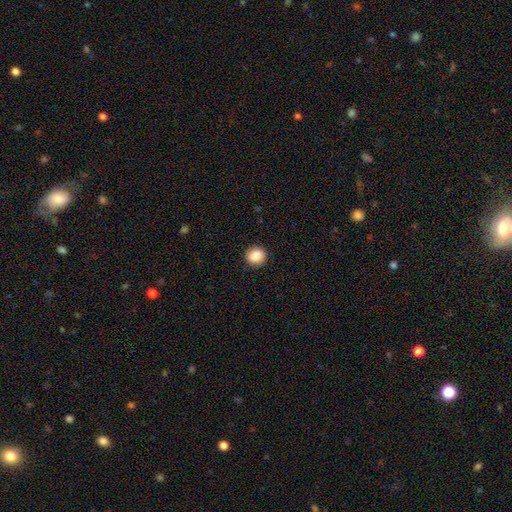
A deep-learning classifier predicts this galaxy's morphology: This is clearly a smooth galaxy (88%). How rounded: clearly round (88%). Merging: clearly none (89%).